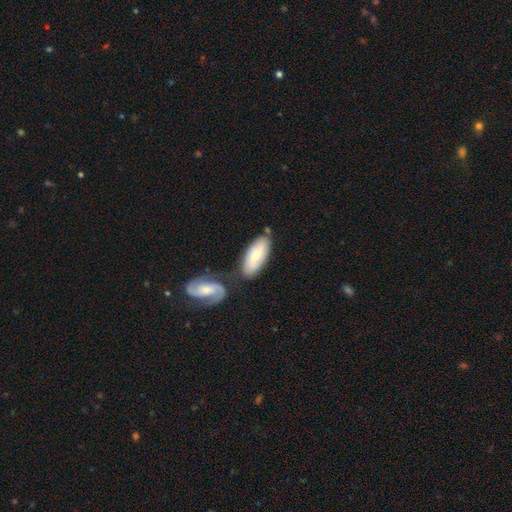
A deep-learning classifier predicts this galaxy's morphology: A smooth galaxy with no disk features (57%) that is in between round and cigar-shaped (79%).

Vote fractions:
- Smooth or featured? smooth: 57% / featured or disk: 38% / star or artifact: 5%
- How rounded? in between: 79% / cigar-shaped: 19% / round: 2%
- Merging? none: 60% / merger: 21% / minor disturbance: 15% / major disturbance: 4%